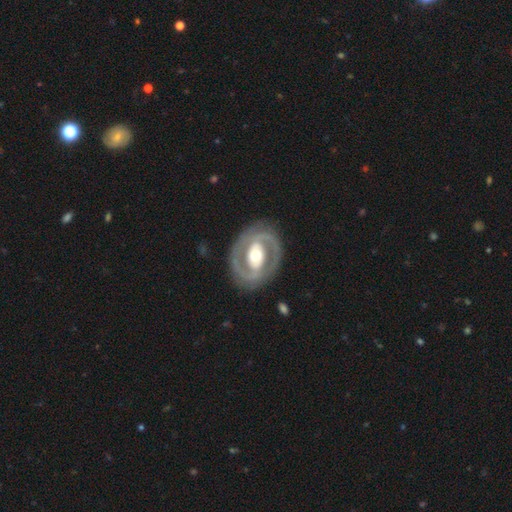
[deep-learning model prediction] smooth-or-featured: featured or disk: 83% | smooth: 13% | star or artifact: 4%
  disk-edge-on: no: 96% | yes: 4%
    bar: no: 42% | weak: 30% | strong: 27%
    has-spiral-arms: yes: 72% | no: 28%
      spiral-winding: tight: 48% | medium: 40% | loose: 13%
      spiral-arm-count: 2: 86% | can't tell: 7% | 1: 3% | 3: 2% | 4: 1% | more than 4: 1%
    bulge-size: moderate: 68% | large: 21% | small: 9% | dominant: 2% | none: 1%
  merging: none: 84% | minor disturbance: 10% | major disturbance: 5% | merger: 1%